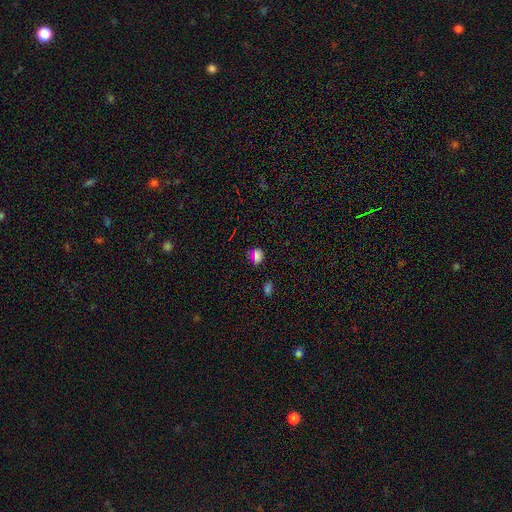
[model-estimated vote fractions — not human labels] Morphology: type=smooth (67%); roundness=round (53%); merging=none (77%).